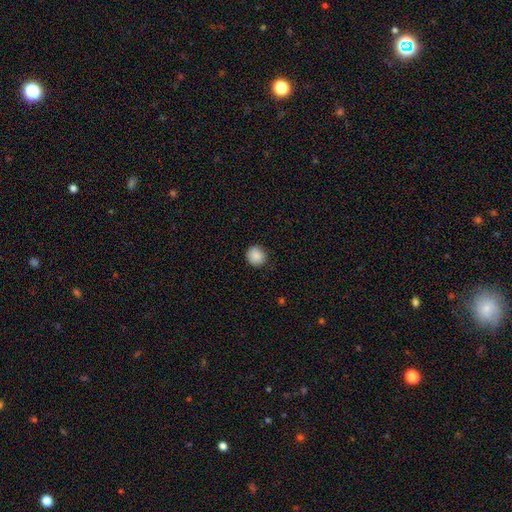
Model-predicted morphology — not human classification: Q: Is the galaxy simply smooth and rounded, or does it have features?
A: smooth — 88%.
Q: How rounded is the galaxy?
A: round — 88%.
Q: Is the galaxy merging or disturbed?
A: none — 88%.